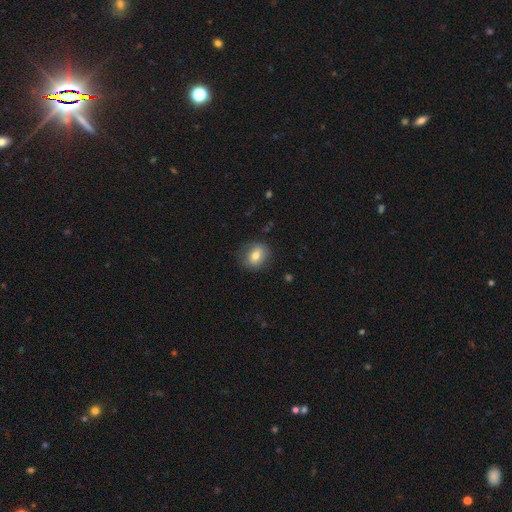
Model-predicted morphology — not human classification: Overall: smooth (74%). How rounded: round (52%; in between 46%). Merging: none (78%).